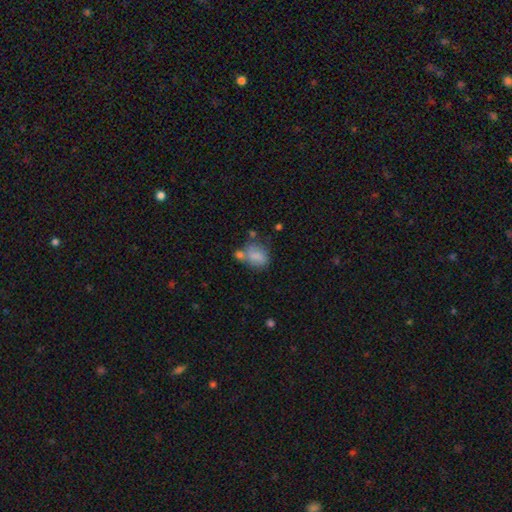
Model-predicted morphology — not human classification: smooth_or_featured: smooth (p=0.75) [alt: featured or disk p=0.15]
how_rounded: in between (p=0.64) [alt: round p=0.34]
merging: none (p=0.42) [alt: merger p=0.29]